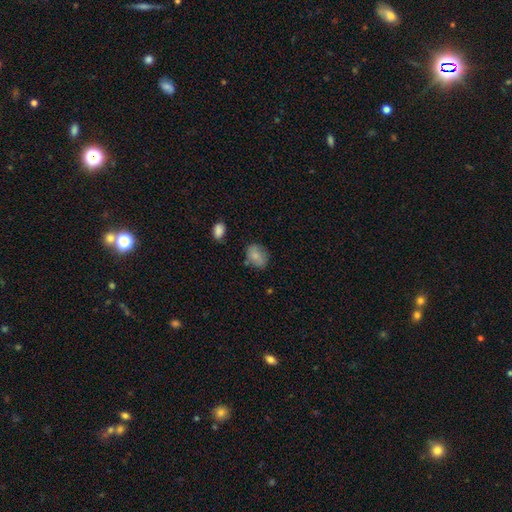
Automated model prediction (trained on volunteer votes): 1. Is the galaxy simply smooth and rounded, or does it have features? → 79% smooth, 13% featured or disk, 8% star or artifact.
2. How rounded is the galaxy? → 69% in between, 30% round, 1% cigar-shaped.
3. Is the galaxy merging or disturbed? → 68% none, 23% minor disturbance, 5% major disturbance, 4% merger.